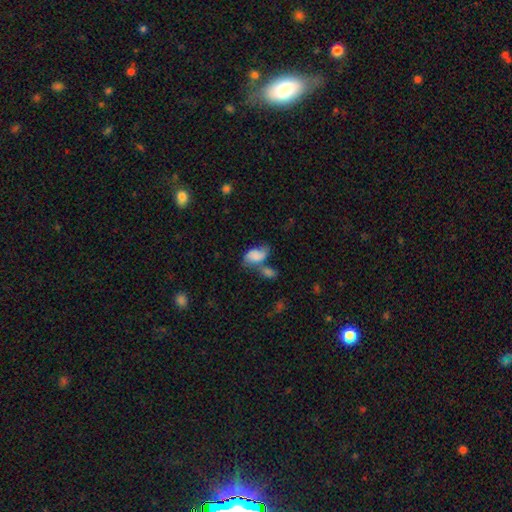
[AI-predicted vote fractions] This is likely a smooth galaxy (69%). How rounded: clearly in between (90%). Merging: marginally merger (40%).